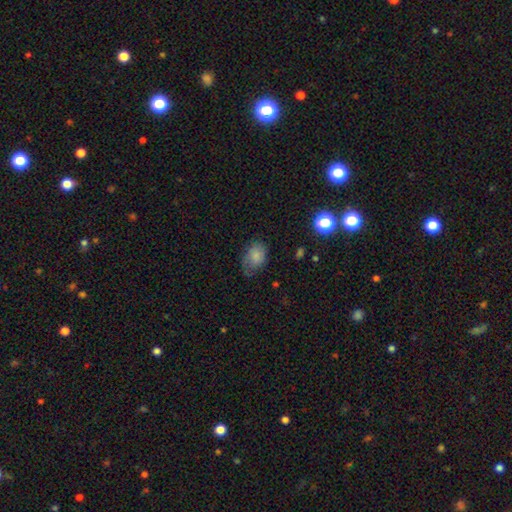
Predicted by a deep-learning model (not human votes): A smooth galaxy with no disk features (75%) that is in between round and cigar-shaped (78%). Merging: none (53%).